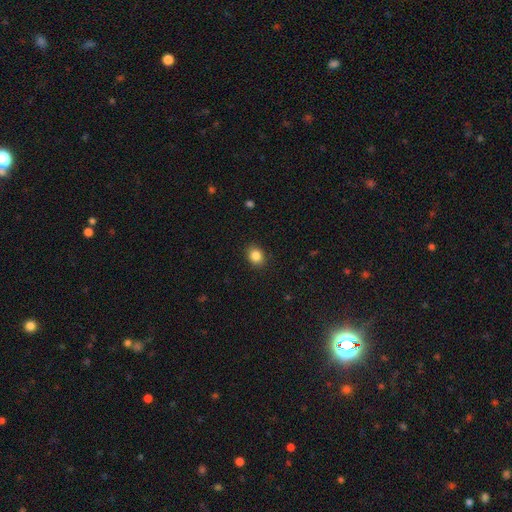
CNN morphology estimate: type=smooth (86%); roundness=round (55%); merging=none (89%).